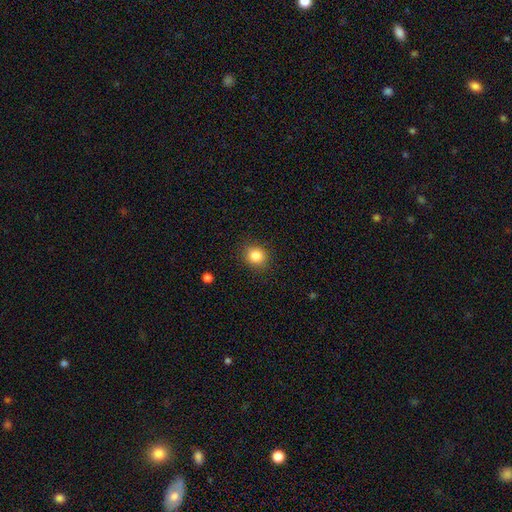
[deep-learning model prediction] smooth_or_featured: smooth (p=0.84) [alt: star or artifact p=0.11]
how_rounded: round (p=0.78) [alt: in between p=0.21]
merging: none (p=0.89) [alt: minor disturbance p=0.08]